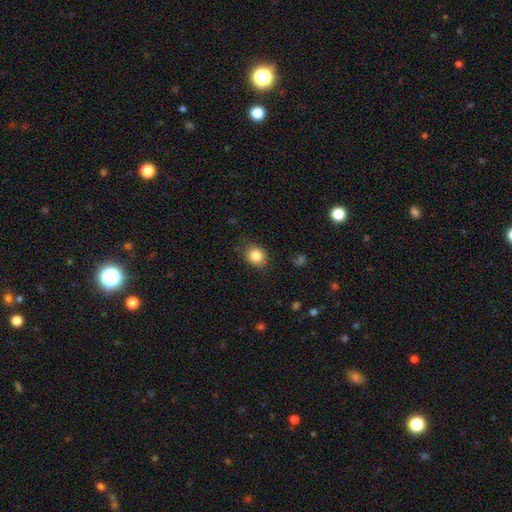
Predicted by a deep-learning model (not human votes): Smooth or featured: smooth — 83% (star or artifact — 10%)
How rounded: round — 56% (in between — 43%)
Merging: none — 80% (minor disturbance — 15%)